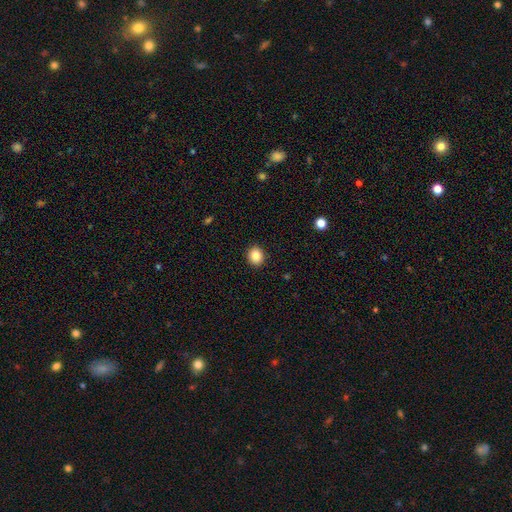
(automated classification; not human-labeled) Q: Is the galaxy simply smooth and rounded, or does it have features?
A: smooth — 86%.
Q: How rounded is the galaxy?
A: round — 76%.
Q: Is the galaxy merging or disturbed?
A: none — 92%.